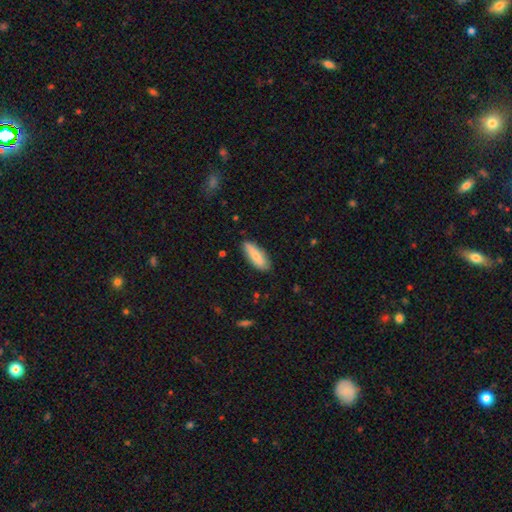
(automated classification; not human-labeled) The model was most divided on "how rounded": in between: 62%, cigar-shaped: 36%, round: 2%. More confident: merging — none (82%); smooth or featured — smooth (78%).